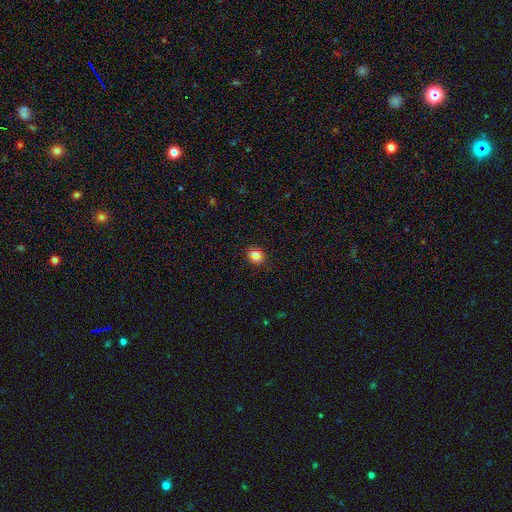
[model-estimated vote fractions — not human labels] Overall: smooth (65%; star or artifact 27%). How rounded: round (78%). Merging: none (84%).